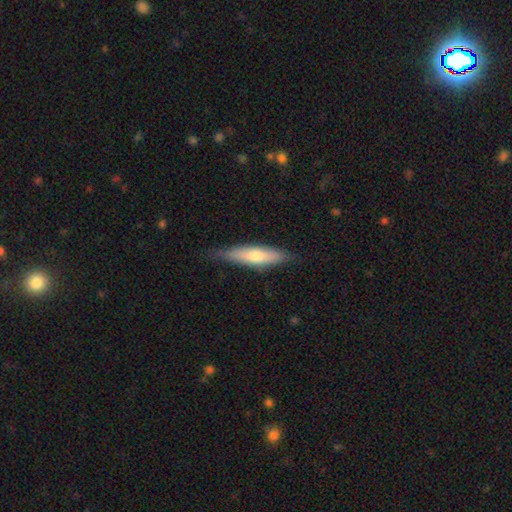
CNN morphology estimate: Overall: smooth (58%; featured or disk 36%). How rounded: cigar-shaped (77%). Merging: none (80%).